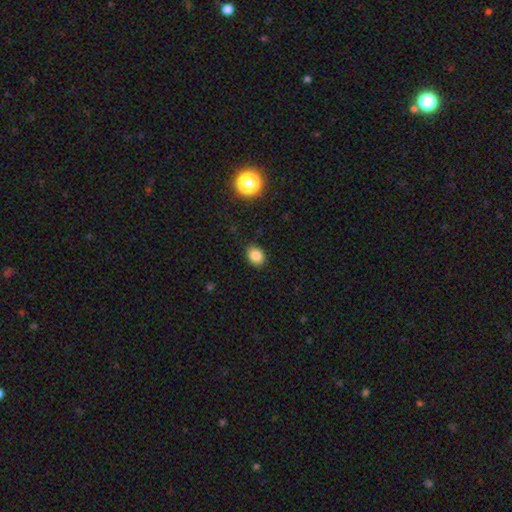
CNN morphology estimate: The model was most divided on "how rounded": in between: 60%, round: 39%, cigar-shaped: 1%. More confident: merging — none (88%); smooth or featured — smooth (84%).